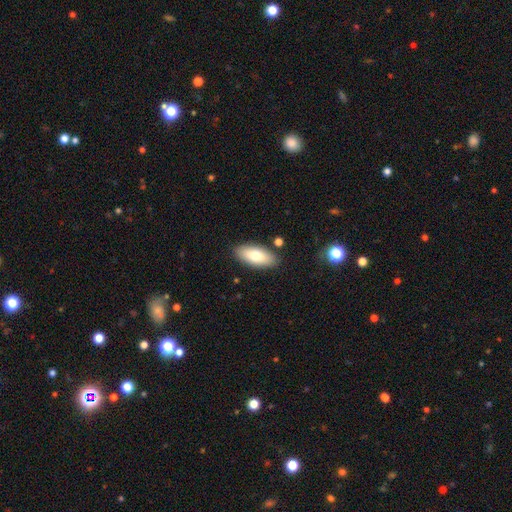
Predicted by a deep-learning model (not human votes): The model was most divided on "smooth or featured": smooth: 75%, featured or disk: 18%, star or artifact: 7%. More confident: merging — none (86%); how rounded — in between (85%).